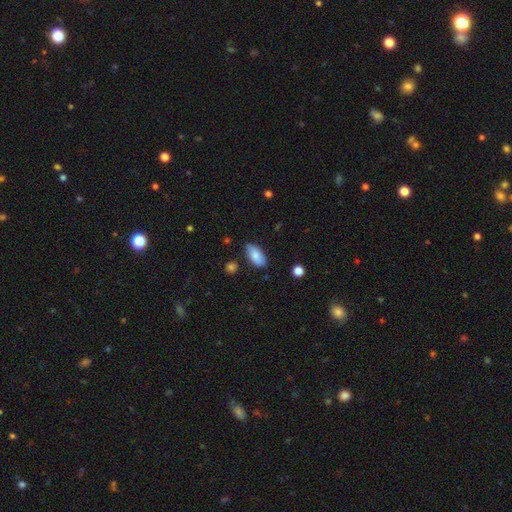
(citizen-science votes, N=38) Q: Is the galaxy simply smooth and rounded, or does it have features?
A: smooth — 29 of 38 (76%).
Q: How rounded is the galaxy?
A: in between — 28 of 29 (97%).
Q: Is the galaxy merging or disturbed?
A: none — 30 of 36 (83%).